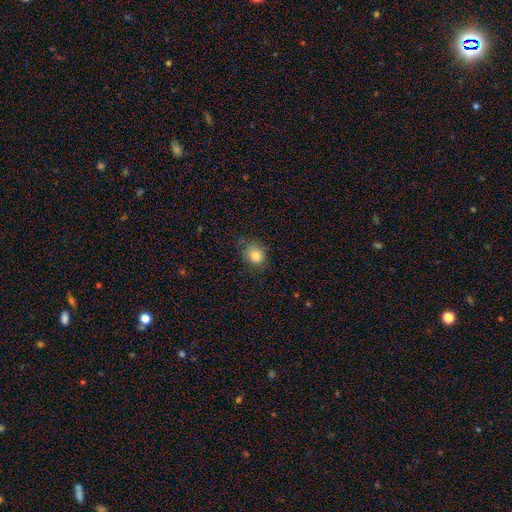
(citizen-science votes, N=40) This appears to be a smooth galaxy with no disk features (85%) that is round (65%). Merging: none (73%).